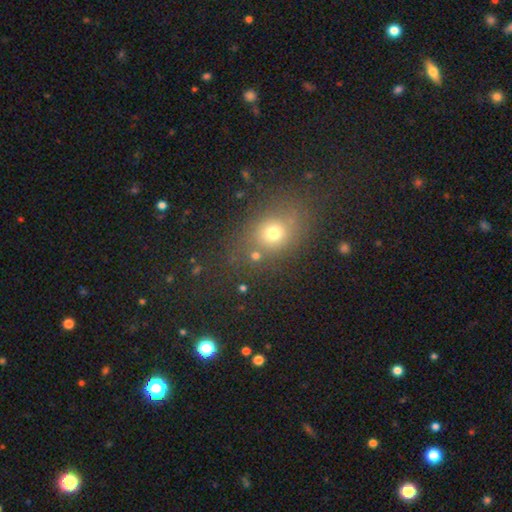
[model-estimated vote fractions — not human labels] This is likely a smooth galaxy (66%). How rounded: likely round (64%). Merging: likely none (69%).